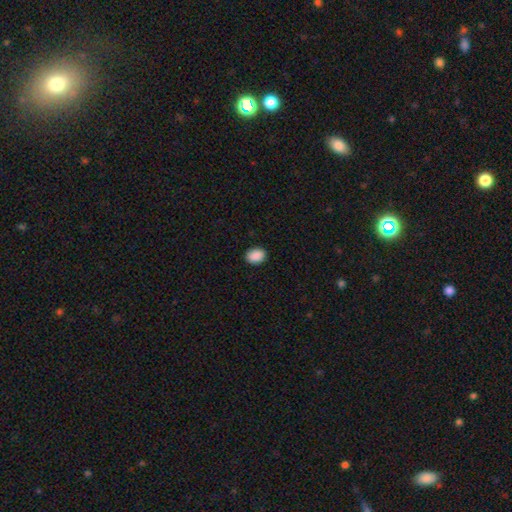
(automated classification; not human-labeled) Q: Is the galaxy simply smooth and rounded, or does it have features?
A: smooth — 90%.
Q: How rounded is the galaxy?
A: in between — 70%.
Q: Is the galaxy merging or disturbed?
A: none — 90%.